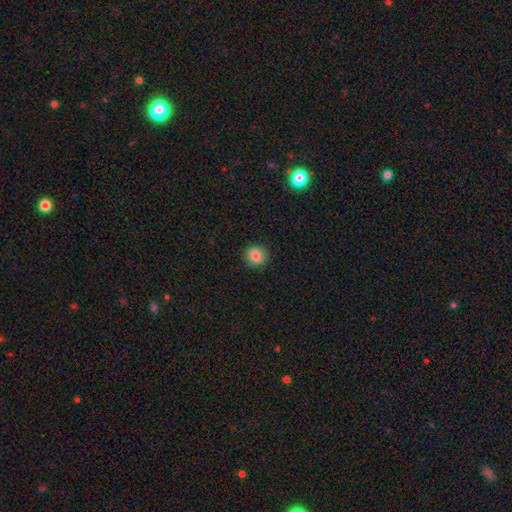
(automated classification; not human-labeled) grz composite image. It shows a smooth galaxy with no disk features (83%) that is round (87%). Merging: none (89%).